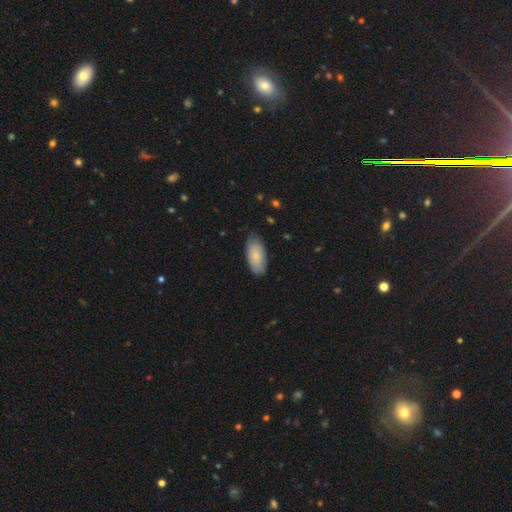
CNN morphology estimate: This appears to be a smooth galaxy with no disk features (80%) that is in between round and cigar-shaped (90%). Merging: none (76%).